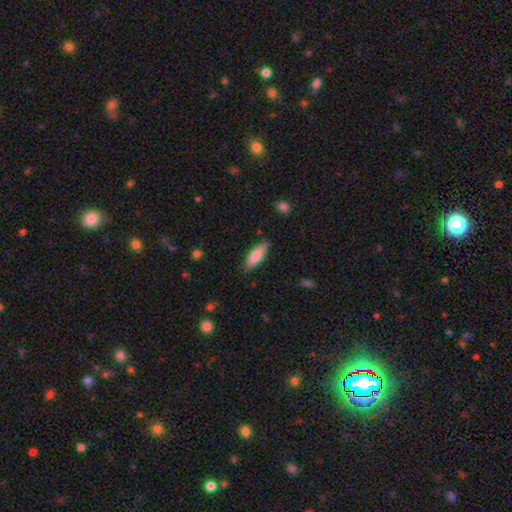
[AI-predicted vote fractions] Overall: smooth (82%). How rounded: in between (64%; cigar-shaped 35%). Merging: none (83%).